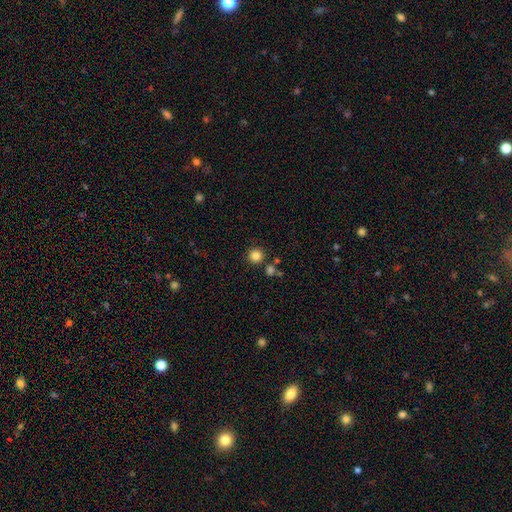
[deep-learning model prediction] smooth 84%, star or artifact 12%, featured or disk 4%. Down the decision tree: how rounded — round (94%); merging — none (83%).